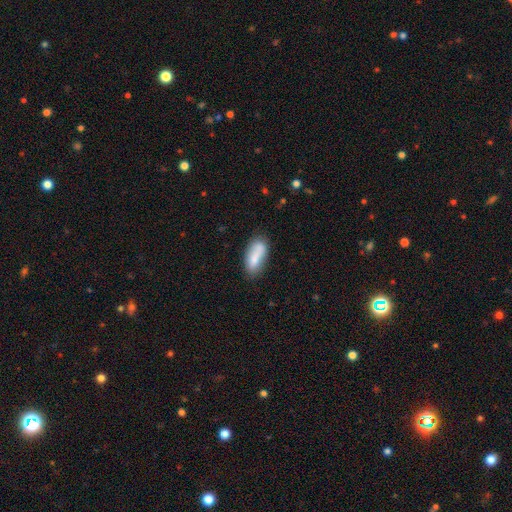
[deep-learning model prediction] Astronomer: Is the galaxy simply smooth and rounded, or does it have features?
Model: smooth — 78%.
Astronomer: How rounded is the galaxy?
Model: in between — 77%.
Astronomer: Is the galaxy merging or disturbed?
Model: none — 61%.